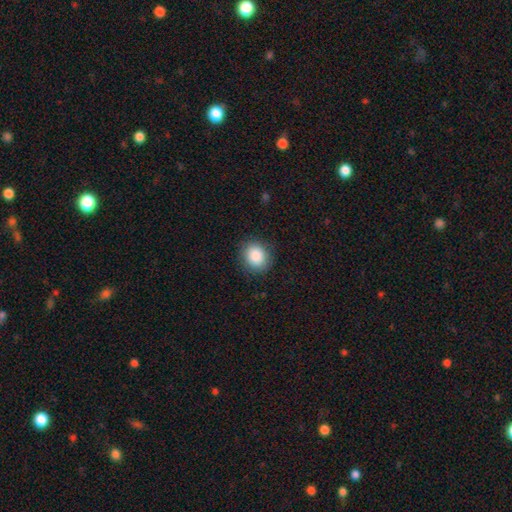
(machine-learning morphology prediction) This is clearly a smooth galaxy (87%). How rounded: likely round (66%). Merging: clearly none (87%).